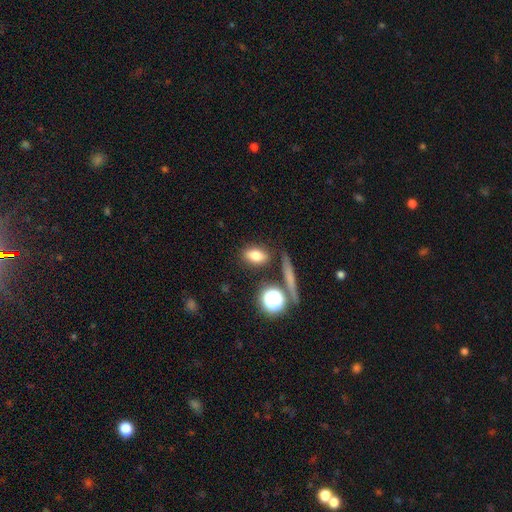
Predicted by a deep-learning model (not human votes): Smooth or featured: smooth — 77% (star or artifact — 12%)
How rounded: in between — 75% (round — 15%)
Merging: none — 80% (minor disturbance — 10%)